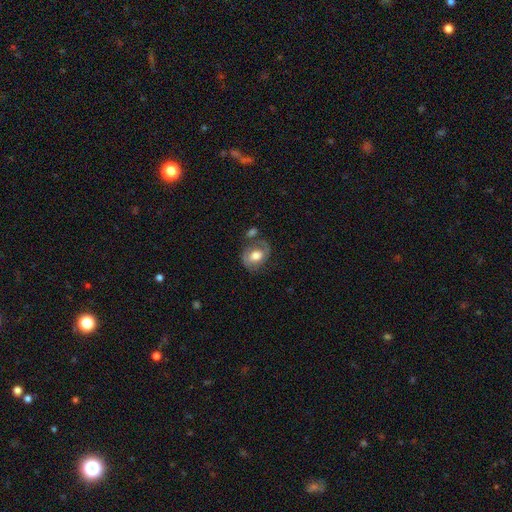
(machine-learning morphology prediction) This is possibly a featured or disk galaxy (55%). It is clearly not viewed edge-on (96%). Bar: likely no (64%). Spiral arm pattern: likely yes (70%). Central bulge: possibly moderate (50%). Merging: possibly none (56%).